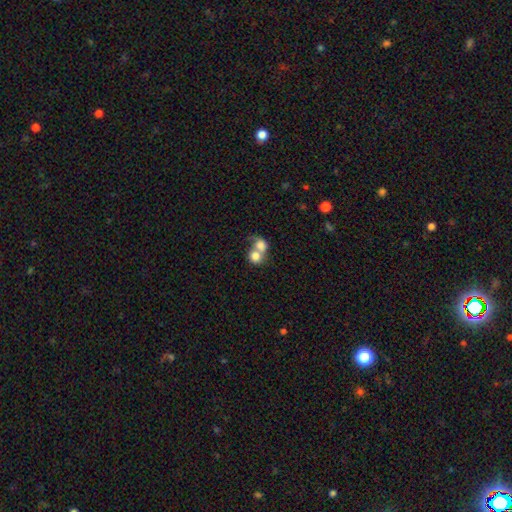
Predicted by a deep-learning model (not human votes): Overall: smooth (75%). How rounded: round (73%). Merging: merger (72%).